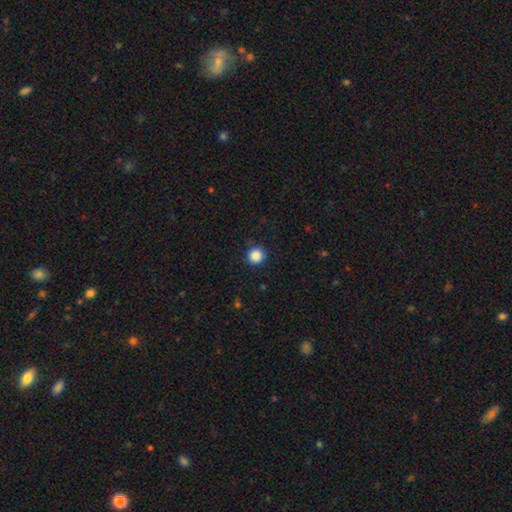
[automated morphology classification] smooth 87%, star or artifact 10%, featured or disk 3%. Down the decision tree: how rounded — round (94%); merging — none (90%).